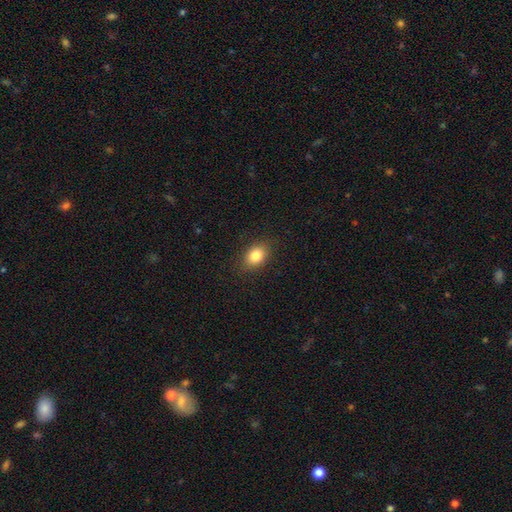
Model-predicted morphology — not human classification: smooth-or-featured: smooth: 84% | star or artifact: 9% | featured or disk: 7%
  how-rounded: in between: 74% | round: 25% | cigar-shaped: 1%
  merging: none: 87% | minor disturbance: 9% | major disturbance: 3% | merger: 1%